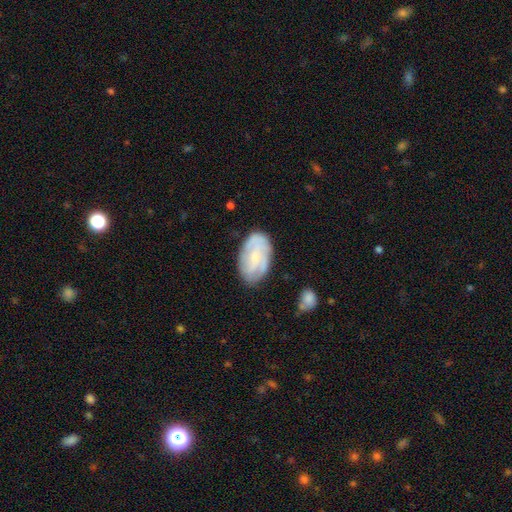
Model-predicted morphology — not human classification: Smooth or featured?
  - featured or disk: 58% *
  - smooth: 36%
  - star or artifact: 6%
Edge-on disk?
  - no: 96% *
  - yes: 4%
Bar?
  - no: 56% *
  - weak: 36%
  - strong: 7%
Spiral arms?
  - yes: 80% *
  - no: 20%
Bulge size?
  - small: 56% *
  - moderate: 30%
  - none: 10%
  - large: 2%
  - dominant: 1%
Merging?
  - none: 73% *
  - minor disturbance: 20%
  - major disturbance: 5%
  - merger: 2%